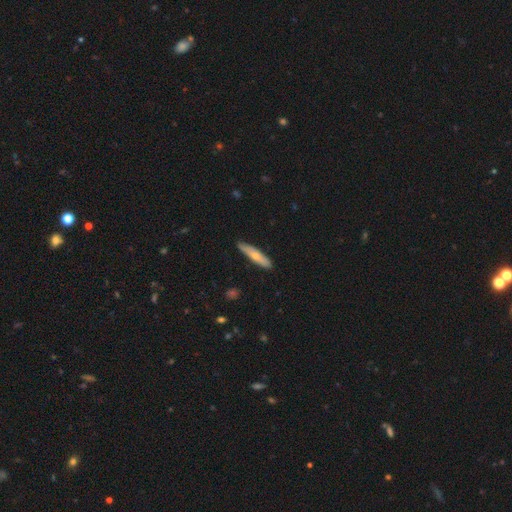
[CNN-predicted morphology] type=smooth (61%); roundness=cigar-shaped (83%); merging=none (87%).